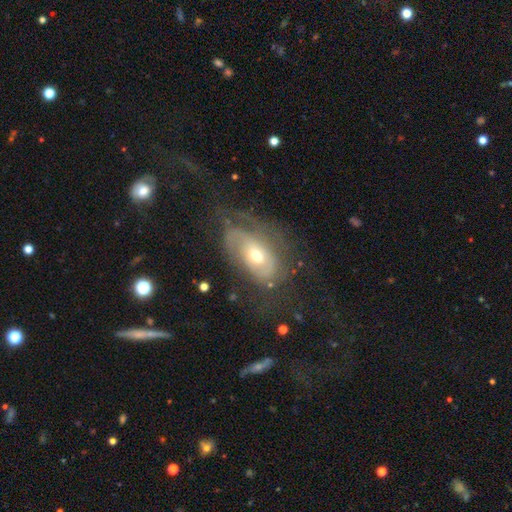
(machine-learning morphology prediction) Smooth or featured? featured or disk (65%)
Edge-on disk? no (92%)
Bar? no (75%)
Spiral arms? yes (67%)
Bulge size? moderate (62%)
Merging? none (45%)